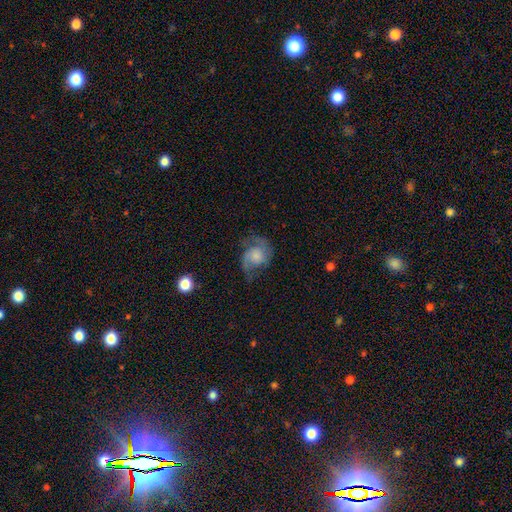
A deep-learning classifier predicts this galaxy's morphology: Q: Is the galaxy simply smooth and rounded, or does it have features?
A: featured or disk — 73%.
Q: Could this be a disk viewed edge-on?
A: no — 98%.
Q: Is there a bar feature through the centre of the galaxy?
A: no — 71%.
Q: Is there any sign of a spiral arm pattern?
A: yes — 93%.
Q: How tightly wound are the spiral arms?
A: medium — 49%.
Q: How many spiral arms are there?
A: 2 — 87%.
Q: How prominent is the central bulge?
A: small — 31%.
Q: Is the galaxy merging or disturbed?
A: none — 61%.